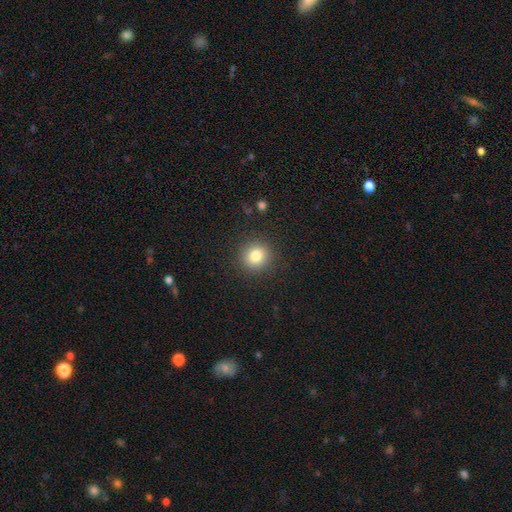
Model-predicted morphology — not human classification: Smooth or featured? smooth (81%)
How rounded? round (91%)
Merging? none (90%)